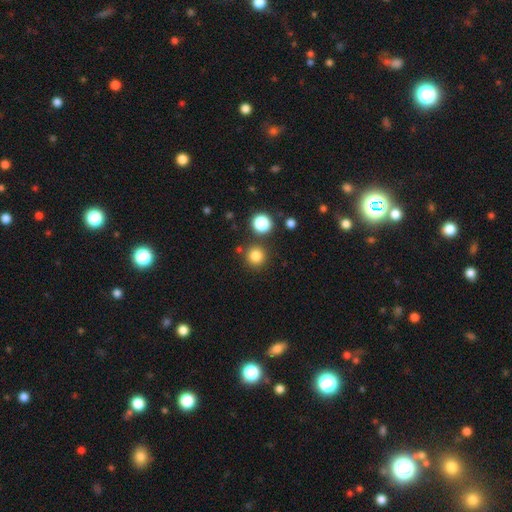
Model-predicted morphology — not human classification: Smooth or featured? smooth (81%)
How rounded? round (95%)
Merging? none (85%)